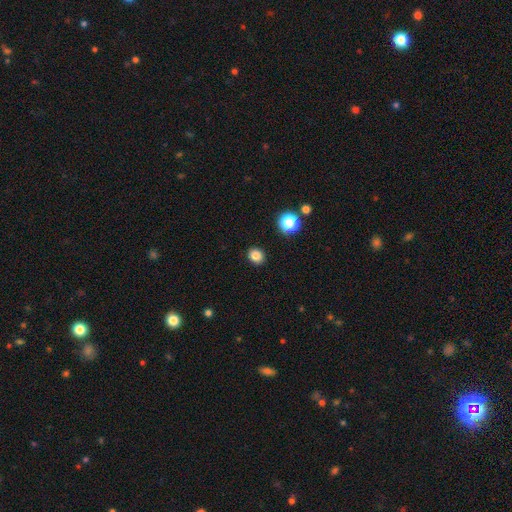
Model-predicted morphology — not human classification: A smooth galaxy with no disk features (84%) that is round (73%).

Vote fractions:
- Smooth or featured? smooth: 84% / star or artifact: 12% / featured or disk: 3%
- How rounded? round: 73% / in between: 26% / cigar-shaped: 1%
- Merging? none: 90% / minor disturbance: 7% / major disturbance: 2% / merger: 2%